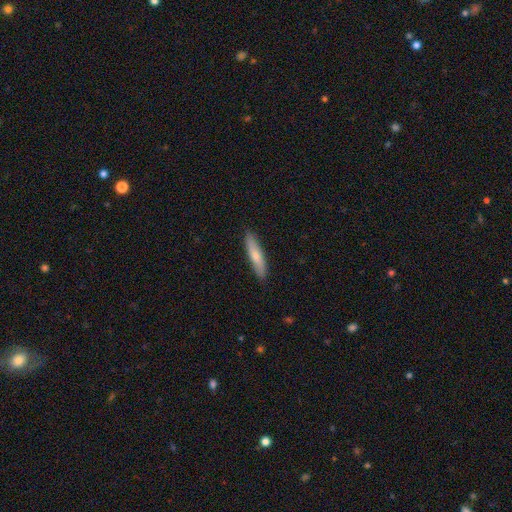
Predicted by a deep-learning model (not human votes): Smooth or featured: smooth — 70% (featured or disk — 24%)
How rounded: cigar-shaped — 82% (in between — 16%)
Merging: none — 88% (minor disturbance — 9%)